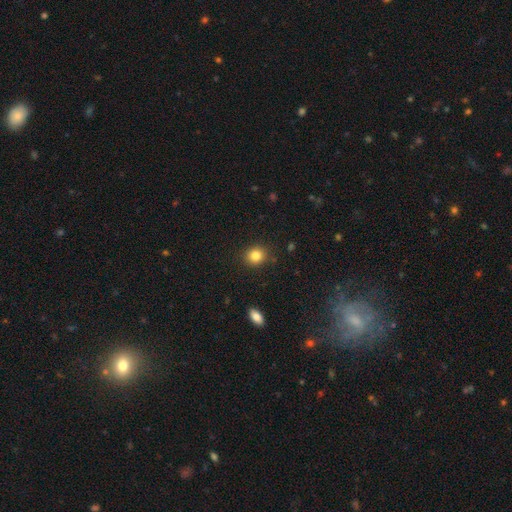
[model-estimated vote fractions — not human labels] A smooth galaxy with no disk features (83%) that is round (78%). Merging: none (89%).